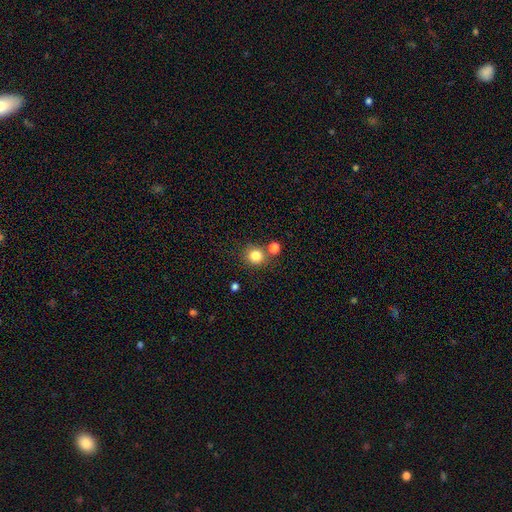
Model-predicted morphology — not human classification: A smooth galaxy with no disk features (82%) that is round (90%).

Vote fractions:
- Smooth or featured? smooth: 82% / star or artifact: 12% / featured or disk: 6%
- How rounded? round: 90% / in between: 9% / cigar-shaped: 1%
- Merging? none: 74% / merger: 14% / minor disturbance: 9% / major disturbance: 3%